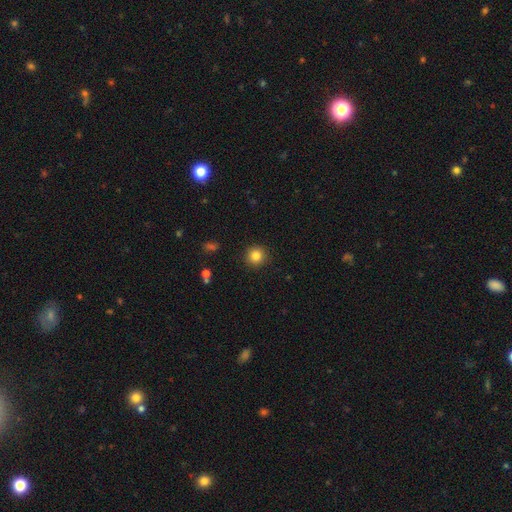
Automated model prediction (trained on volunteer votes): Smooth or featured? smooth (83%)
How rounded? round (93%)
Merging? none (91%)